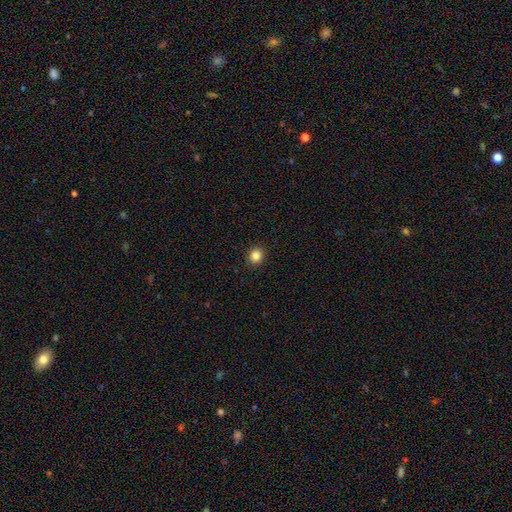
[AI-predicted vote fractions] Morphology: type=smooth (85%); roundness=round (80%); merging=none (92%).